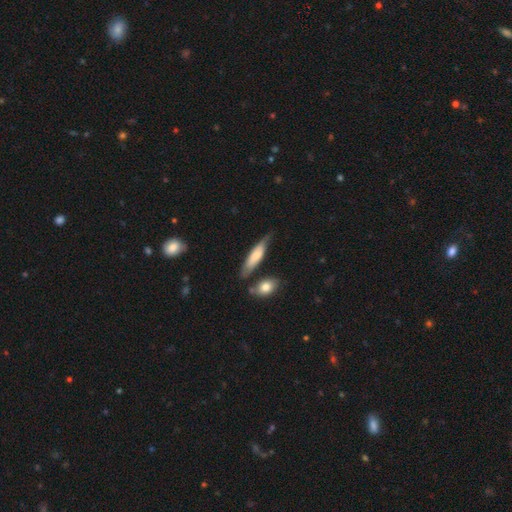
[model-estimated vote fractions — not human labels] A smooth galaxy with no disk features (63%) that is cigar-shaped (66%). Merging: none (59%).